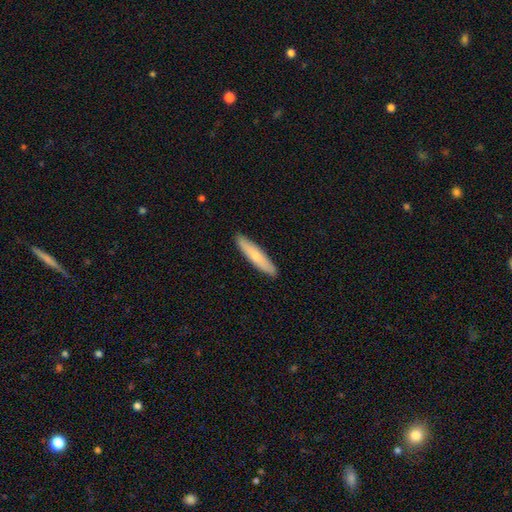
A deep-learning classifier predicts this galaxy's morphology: type=smooth (67%); roundness=cigar-shaped (87%); merging=none (91%).